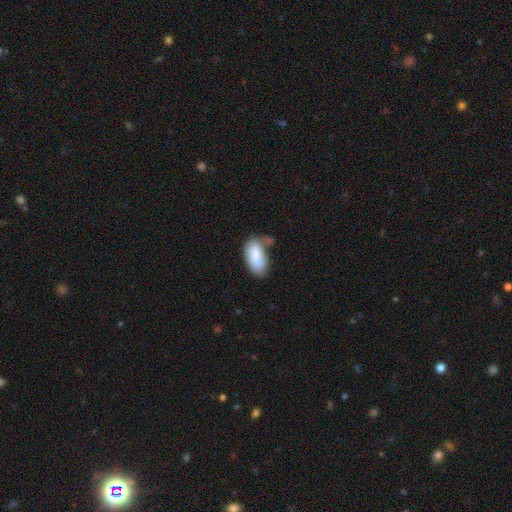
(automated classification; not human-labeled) A smooth galaxy with no disk features (79%) that is in between round and cigar-shaped (93%).

Vote fractions:
- Smooth or featured? smooth: 79% / featured or disk: 14% / star or artifact: 7%
- How rounded? in between: 93% / cigar-shaped: 4% / round: 3%
- Merging? none: 36% / minor disturbance: 31% / merger: 17% / major disturbance: 16%